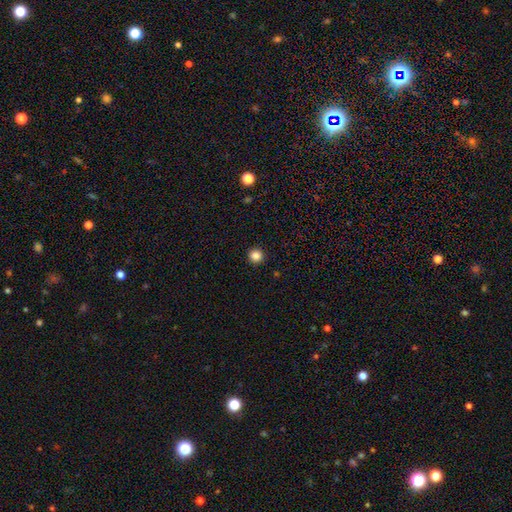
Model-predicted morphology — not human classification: Overall: smooth (85%). How rounded: round (95%). Merging: none (93%).